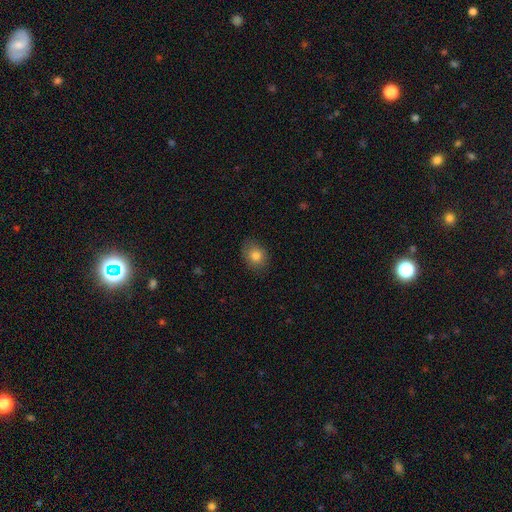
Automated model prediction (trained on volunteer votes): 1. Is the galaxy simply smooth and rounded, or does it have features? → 82% smooth, 10% star or artifact, 8% featured or disk.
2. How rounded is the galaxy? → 53% round, 46% in between, 1% cigar-shaped.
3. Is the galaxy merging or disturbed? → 81% none, 14% minor disturbance, 3% major disturbance, 1% merger.